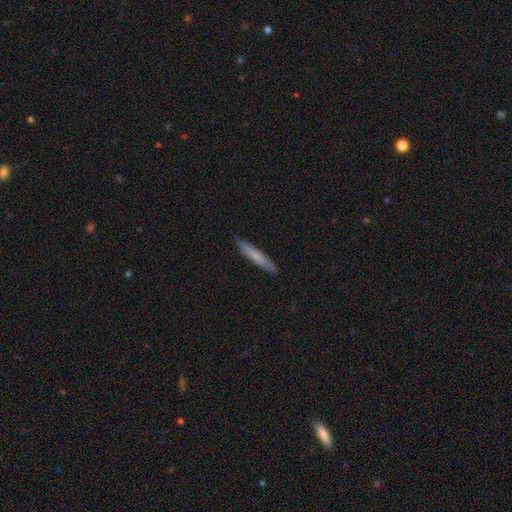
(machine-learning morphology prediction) Smooth or featured? smooth (66%)
How rounded? cigar-shaped (92%)
Merging? none (86%)